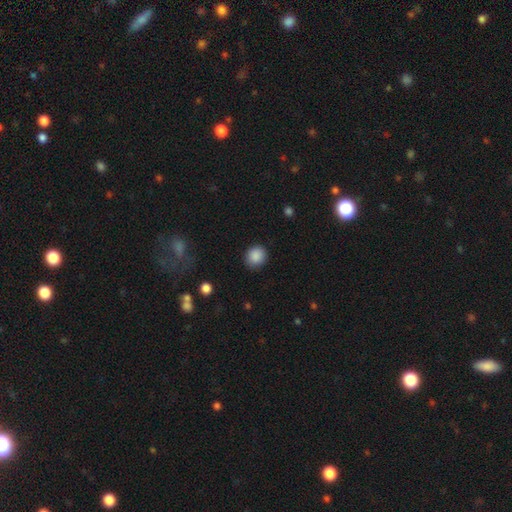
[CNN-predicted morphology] Q: Smooth or featured?
A: smooth (88%); runner-up: star or artifact (9%)
Q: How rounded?
A: round (85%); runner-up: in between (14%)
Q: Merging?
A: none (88%); runner-up: minor disturbance (8%)